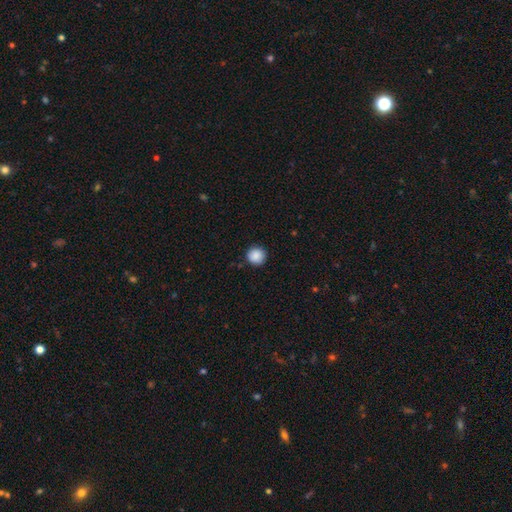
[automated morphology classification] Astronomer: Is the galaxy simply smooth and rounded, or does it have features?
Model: smooth — 88%.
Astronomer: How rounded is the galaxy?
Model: round — 95%.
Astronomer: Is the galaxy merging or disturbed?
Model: none — 89%.